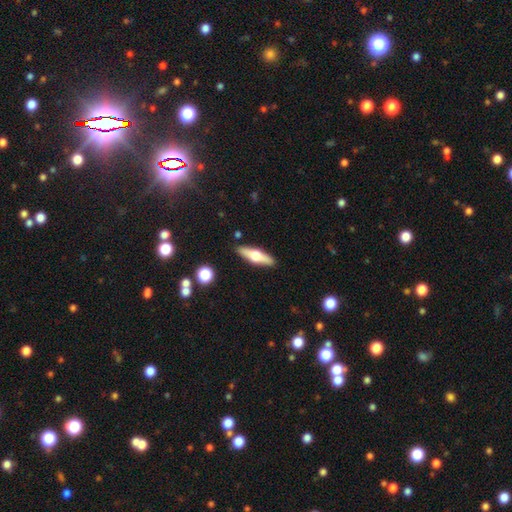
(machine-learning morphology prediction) smooth-or-featured: featured or disk: 51% | smooth: 43% | star or artifact: 6%
  disk-edge-on: yes: 91% | no: 9%
  merging: none: 89% | minor disturbance: 8% | major disturbance: 2% | merger: 2%